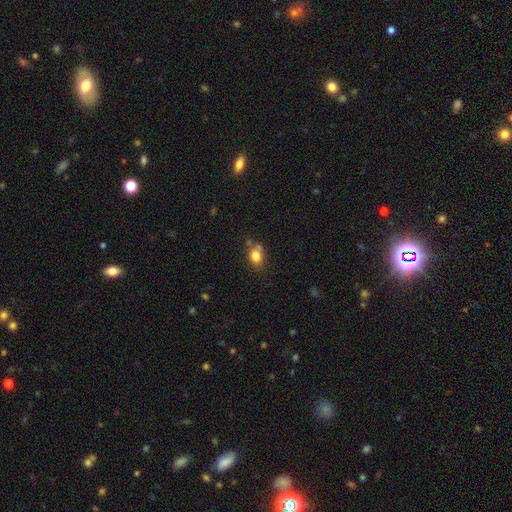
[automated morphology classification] smooth 81%, star or artifact 10%, featured or disk 9%. Down the decision tree: how rounded — in between (61%); merging — none (61%).